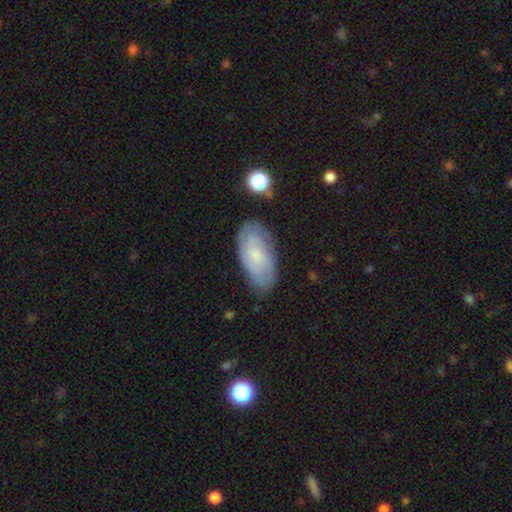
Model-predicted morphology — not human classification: Smooth or featured: smooth — 48% (featured or disk — 44%)
Merging: none — 76% (minor disturbance — 18%)